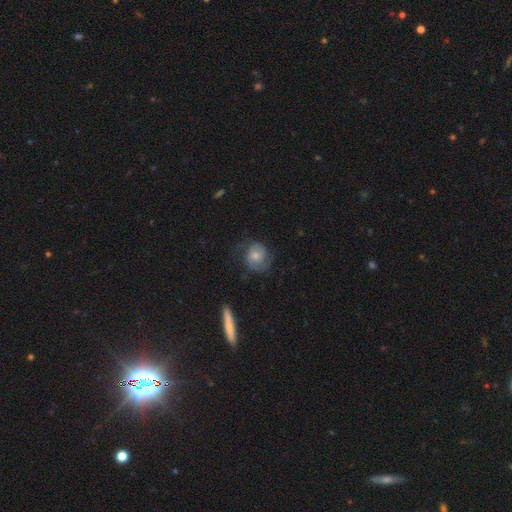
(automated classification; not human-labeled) smooth-or-featured: featured or disk: 59% | smooth: 33% | star or artifact: 7%
  disk-edge-on: no: 97% | yes: 3%
    bar: no: 70% | weak: 26% | strong: 4%
    has-spiral-arms: yes: 90% | no: 10%
      spiral-winding: medium: 42% | tight: 40% | loose: 19%
      spiral-arm-count: 2: 68% | can't tell: 16% | 1: 8% | 3: 5% | 4: 2% | more than 4: 2%
    bulge-size: moderate: 44% | small: 33% | large: 11% | none: 10% | dominant: 2%
  merging: none: 62% | minor disturbance: 22% | major disturbance: 15% | merger: 2%